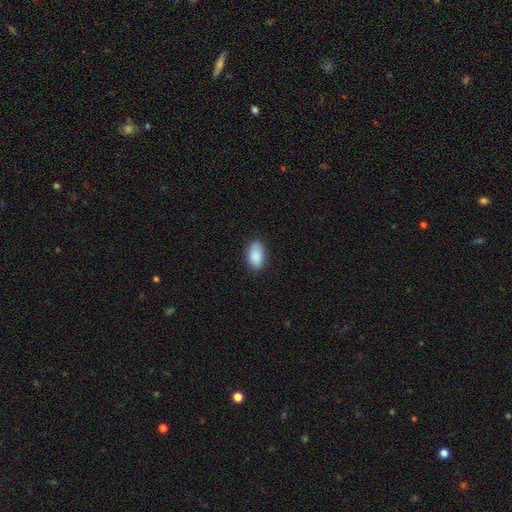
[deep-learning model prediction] A smooth galaxy with no disk features (90%) that is in between round and cigar-shaped (93%). Merging: none (84%).